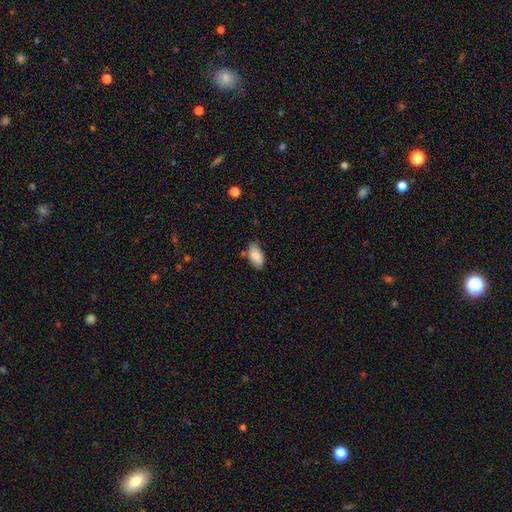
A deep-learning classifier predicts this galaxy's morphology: Smooth or featured: smooth — 85% (featured or disk — 8%)
How rounded: in between — 93% (cigar-shaped — 4%)
Merging: none — 73% (minor disturbance — 20%)